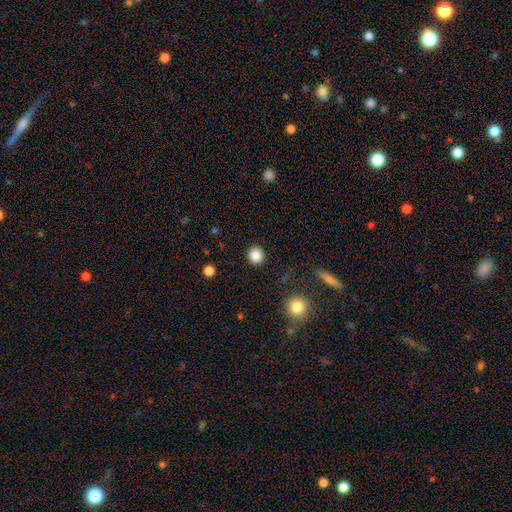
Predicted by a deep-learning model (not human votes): Smooth or featured? Predicted: smooth (p=0.86). How rounded? Predicted: round (p=0.91). Merging? Predicted: none (p=0.91).